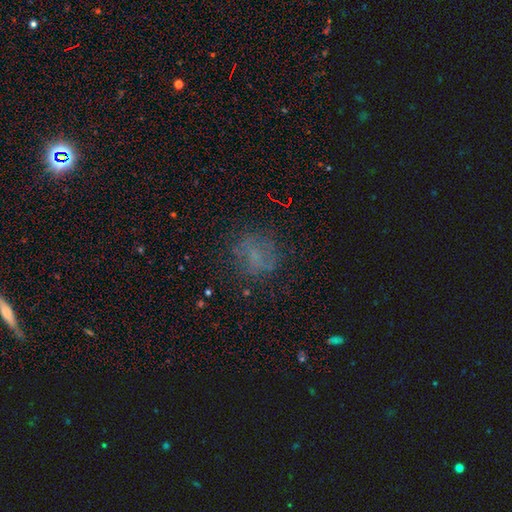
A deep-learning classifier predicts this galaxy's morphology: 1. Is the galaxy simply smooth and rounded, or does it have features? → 48% smooth, 27% featured or disk, 24% star or artifact.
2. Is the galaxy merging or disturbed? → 70% none, 15% minor disturbance, 12% major disturbance, 2% merger.